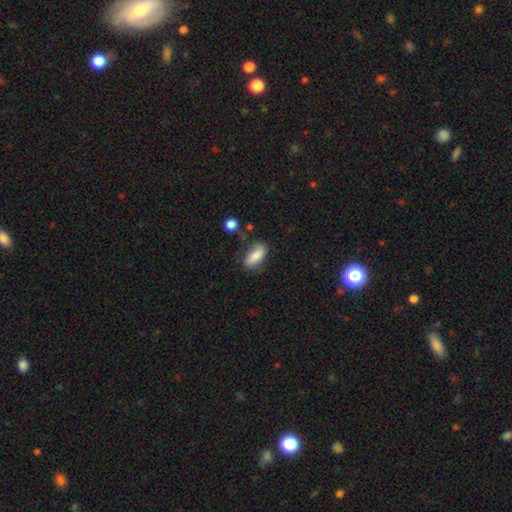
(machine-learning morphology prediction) This is clearly a smooth galaxy (82%). How rounded: clearly in between (86%). Merging: likely none (68%).